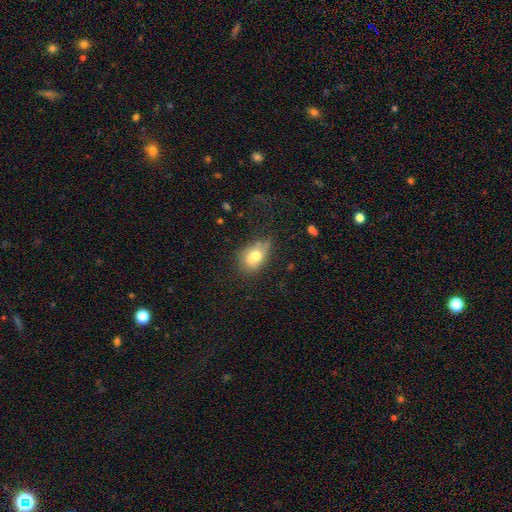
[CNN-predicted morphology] smooth 61%, featured or disk 28%, star or artifact 11%. Down the decision tree: how rounded — in between (72%); merging — none (42%).